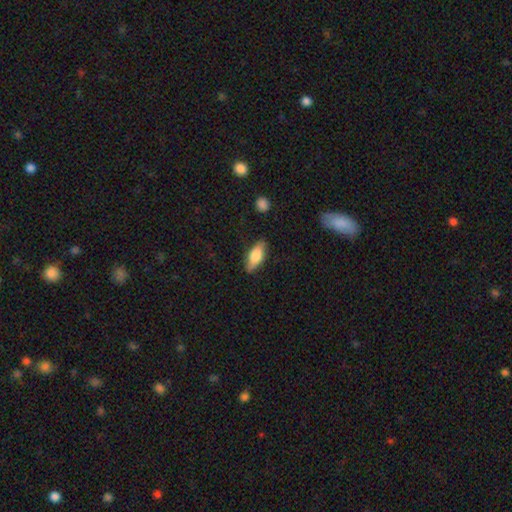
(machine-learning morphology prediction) A smooth galaxy with no disk features (70%) that is in between round and cigar-shaped (73%). Merging: none (83%).